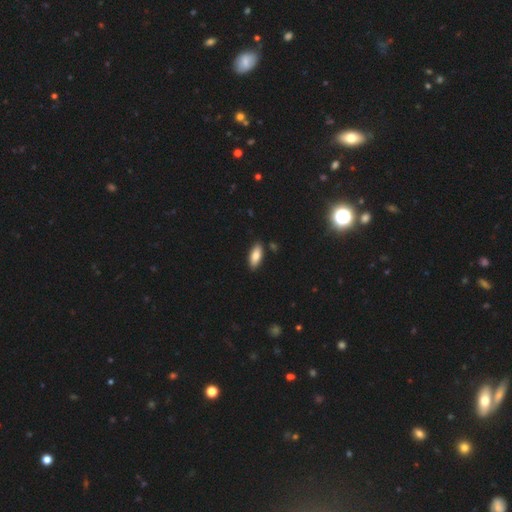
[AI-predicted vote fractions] The model was most divided on "how rounded": in between: 83%, cigar-shaped: 15%, round: 2%. More confident: merging — none (87%); smooth or featured — smooth (83%).